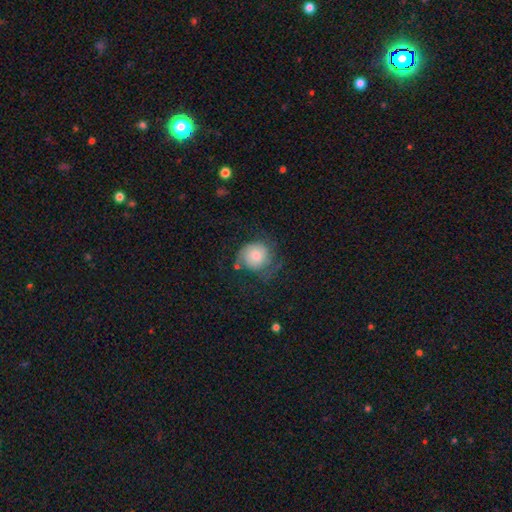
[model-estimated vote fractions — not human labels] The model was most divided on "smooth or featured": smooth: 51%, featured or disk: 41%, star or artifact: 8%. Remaining: how rounded — round (84%); merging — none (50%).